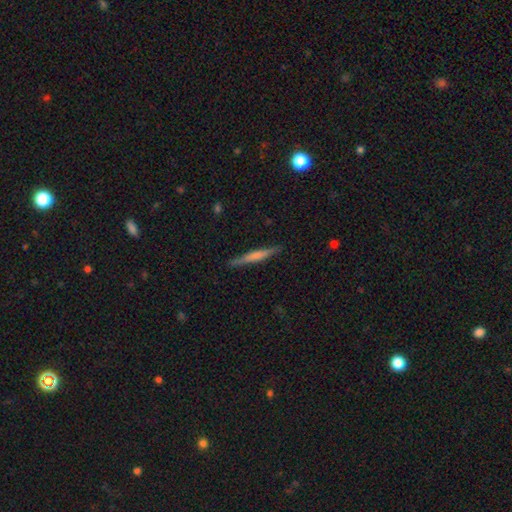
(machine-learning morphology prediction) Smooth or featured? Predicted: smooth (p=0.50). Merging? Predicted: none (p=0.88).